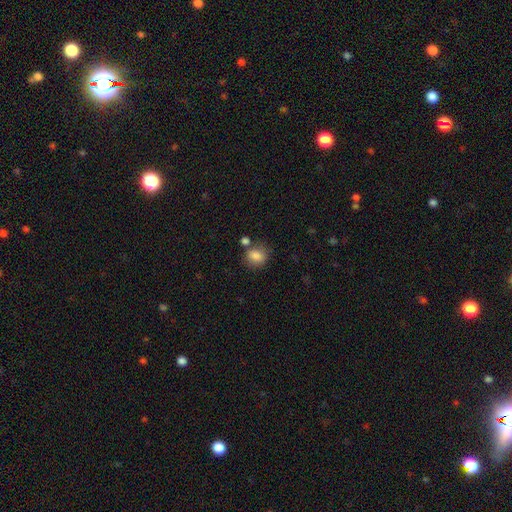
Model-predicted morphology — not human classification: This appears to be a smooth galaxy with no disk features (83%) that is round (56%). Merging: none (65%).